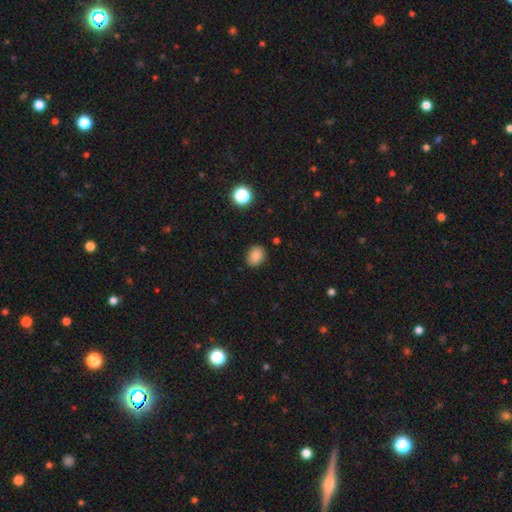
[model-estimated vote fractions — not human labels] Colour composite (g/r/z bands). It shows a smooth galaxy with no disk features (85%) that is in between round and cigar-shaped (55%). Merging: none (86%).